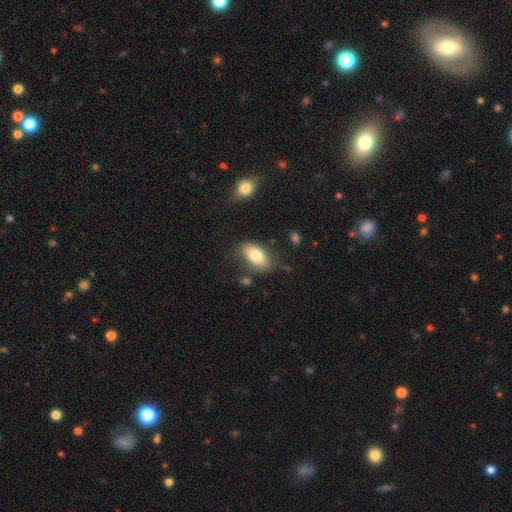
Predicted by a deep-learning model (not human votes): Q: Smooth or featured?
A: smooth (78%); runner-up: featured or disk (15%)
Q: How rounded?
A: in between (92%); runner-up: round (5%)
Q: Merging?
A: none (70%); runner-up: minor disturbance (20%)